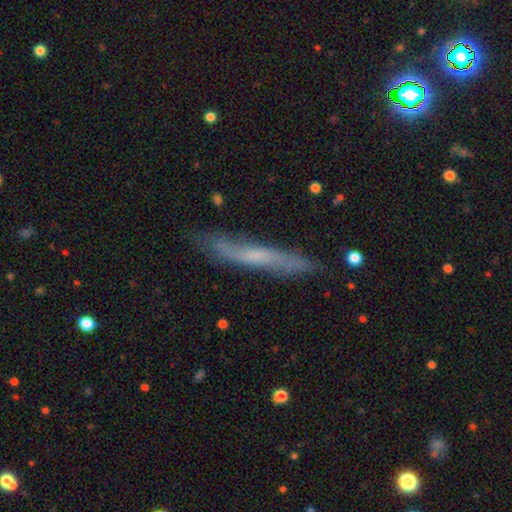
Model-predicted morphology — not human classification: This is possibly a featured or disk galaxy (52%). It is likely viewed edge-on (72%). Merging: likely none (69%).